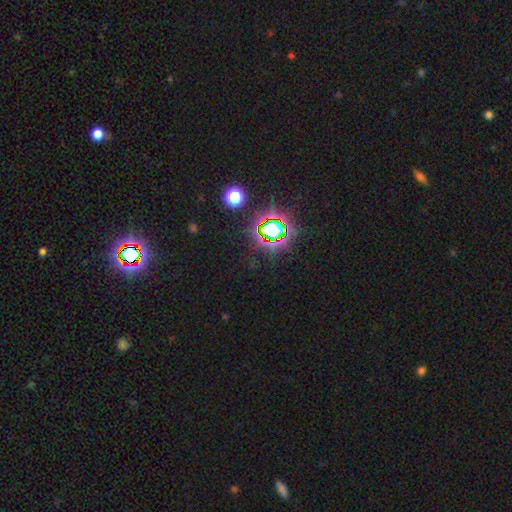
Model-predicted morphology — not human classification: Smooth or featured? star or artifact (80%)